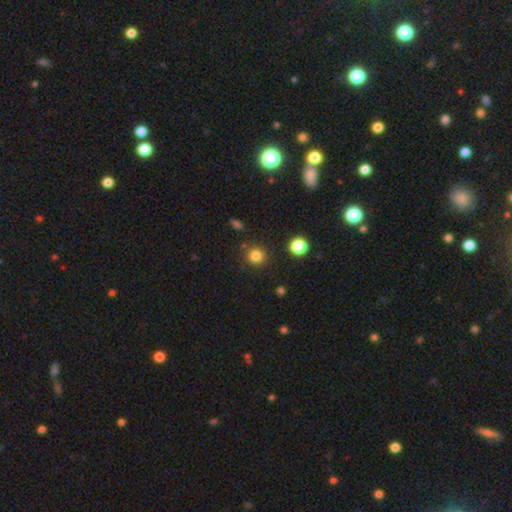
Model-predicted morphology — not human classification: smooth_or_featured: smooth (p=0.83) [alt: star or artifact p=0.13]
how_rounded: round (p=0.92) [alt: in between p=0.07]
merging: none (p=0.85) [alt: minor disturbance p=0.08]